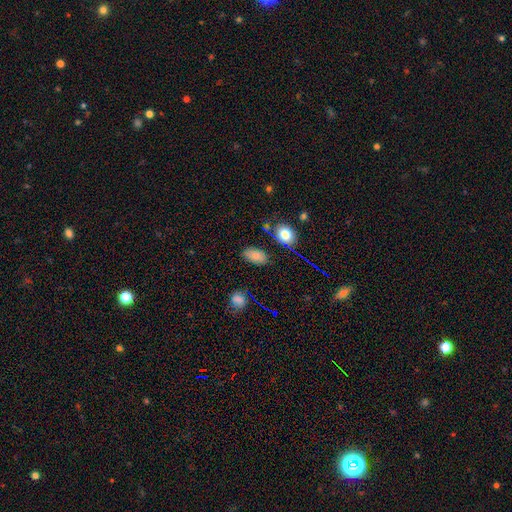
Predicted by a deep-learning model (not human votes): This appears to be a smooth galaxy with no disk features (81%) that is in between round and cigar-shaped (91%). Merging: none (80%).